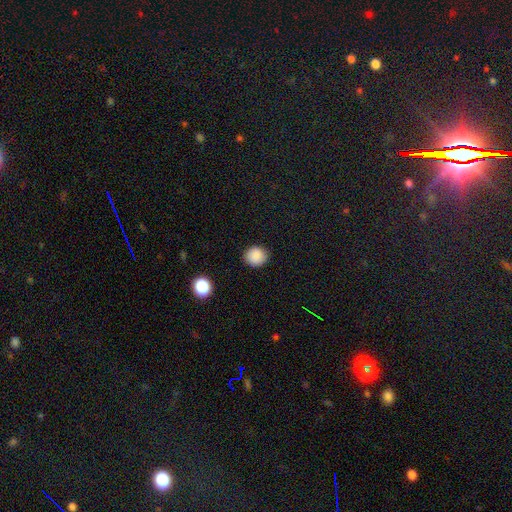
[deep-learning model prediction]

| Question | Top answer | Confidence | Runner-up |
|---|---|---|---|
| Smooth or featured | smooth | 88% | star or artifact (9%) |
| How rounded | round | 85% | in between (14%) |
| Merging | none | 89% | minor disturbance (8%) |